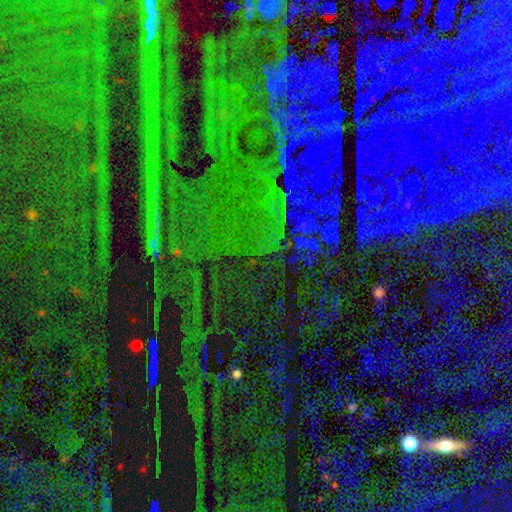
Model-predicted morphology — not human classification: type=star or artifact (87%).